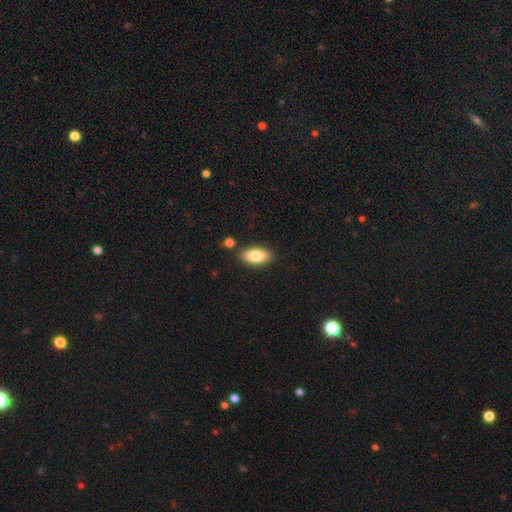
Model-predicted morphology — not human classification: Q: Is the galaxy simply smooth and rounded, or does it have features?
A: smooth — 81%.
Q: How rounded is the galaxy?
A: in between — 89%.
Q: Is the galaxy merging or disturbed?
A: none — 85%.